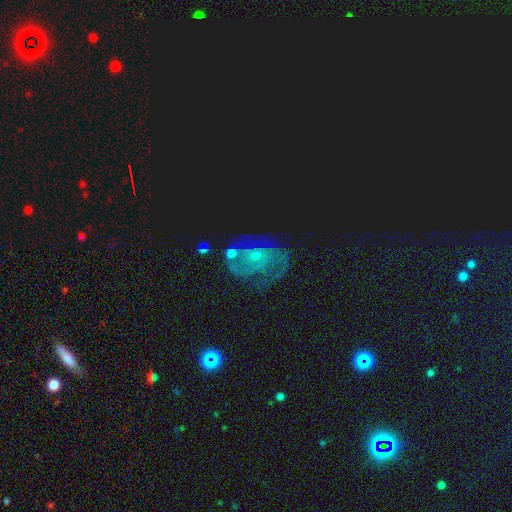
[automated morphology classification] Overall: featured or disk (63%; star or artifact 24%). Edge-on disk: no (97%). Bar: no (60%; weak 32%). Spiral arms: yes (87%). Spiral arm count: 2 (45%; can't tell 24%). Spiral winding: medium (46%; tight 38%). Bulge size: small (69%). Merging: none (59%; minor disturbance 21%).